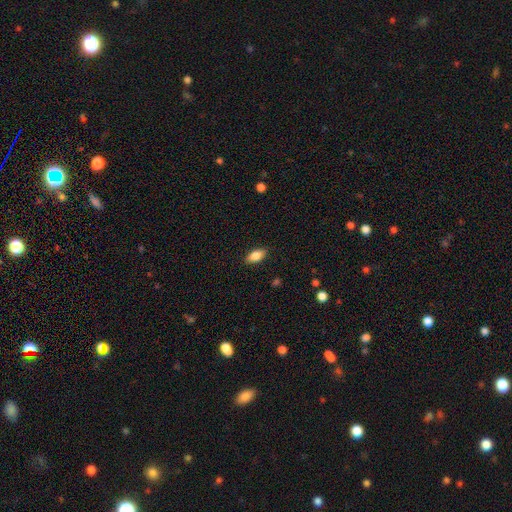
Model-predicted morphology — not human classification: The model was most divided on "smooth or featured": smooth: 81%, featured or disk: 11%, star or artifact: 7%. More confident: how rounded — in between (88%); merging — none (87%).